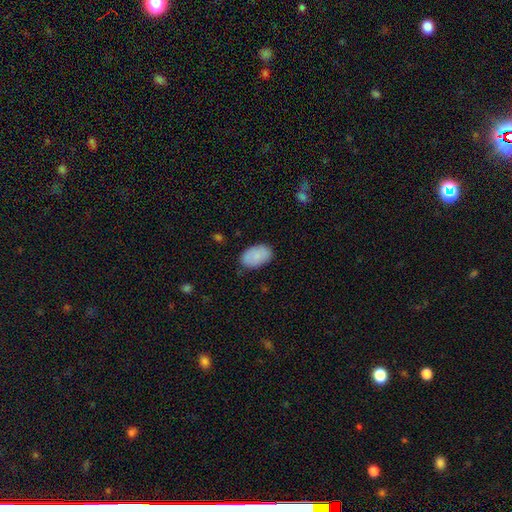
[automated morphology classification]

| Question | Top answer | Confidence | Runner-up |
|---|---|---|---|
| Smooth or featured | smooth | 87% | featured or disk (7%) |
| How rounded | in between | 93% | round (6%) |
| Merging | none | 83% | minor disturbance (13%) |